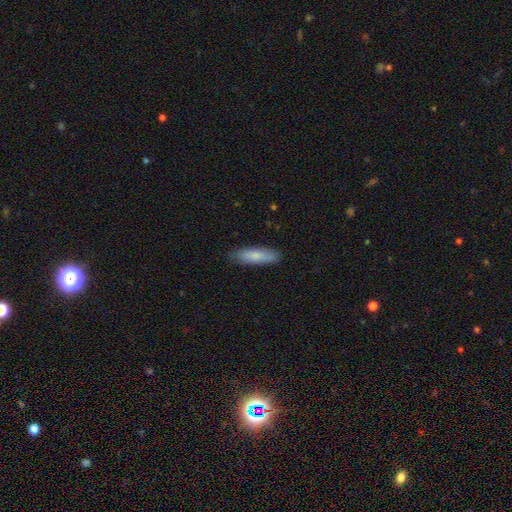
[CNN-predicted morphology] Smooth or featured: smooth — 80% (featured or disk — 14%)
How rounded: cigar-shaped — 65% (in between — 34%)
Merging: none — 86% (minor disturbance — 11%)